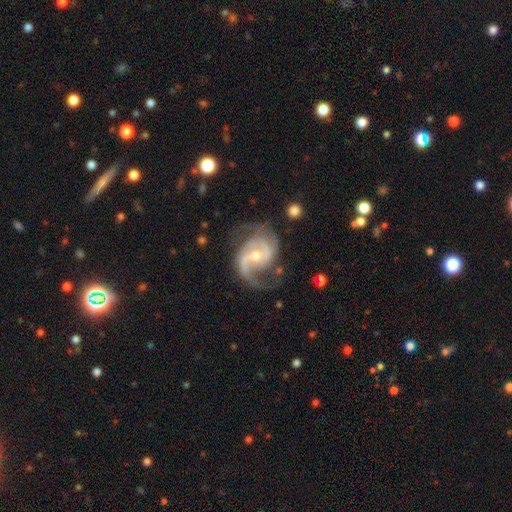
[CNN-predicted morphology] Smooth or featured: featured or disk — 90% (star or artifact — 5%)
Edge-on disk: no — 98% (yes — 2%)
Bar: weak — 43% (no — 41%)
Spiral arms: yes — 97% (no — 3%)
Spiral winding: medium — 53% (loose — 28%)
Spiral arm count: 2 — 81% (1 — 6%)
Bulge size: moderate — 49% (small — 47%)
Merging: none — 63% (minor disturbance — 20%)